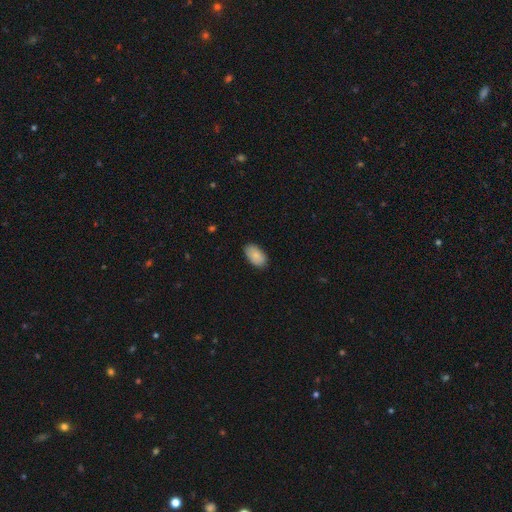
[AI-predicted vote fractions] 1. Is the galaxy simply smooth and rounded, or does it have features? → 86% smooth, 8% featured or disk, 6% star or artifact.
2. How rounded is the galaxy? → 94% in between, 5% round, 1% cigar-shaped.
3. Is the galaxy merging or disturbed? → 83% none, 13% minor disturbance, 2% major disturbance, 1% merger.